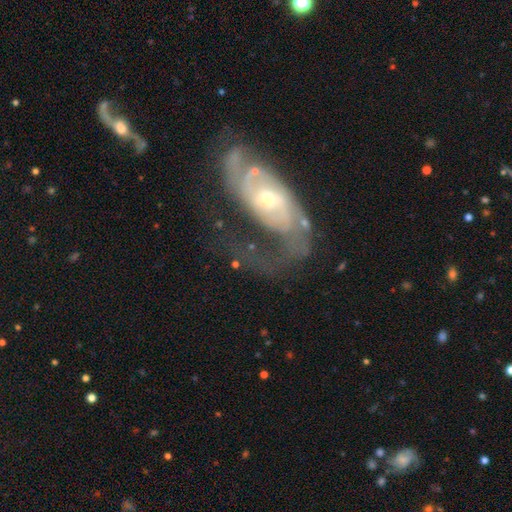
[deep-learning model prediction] Smooth or featured?
  - featured or disk: 85% *
  - smooth: 8%
  - star or artifact: 7%
Edge-on disk?
  - no: 94% *
  - yes: 6%
Bar?
  - no: 59% *
  - weak: 30%
  - strong: 11%
Spiral arms?
  - yes: 93% *
  - no: 7%
Spiral winding?
  - tight: 42% *
  - medium: 40%
  - loose: 18%
Spiral arm count?
  - 2: 57% *
  - can't tell: 20%
  - 3: 8%
  - 1: 8%
  - 4: 4%
  - more than 4: 3%
Bulge size?
  - small: 48% *
  - moderate: 44%
  - large: 5%
  - none: 2%
  - dominant: 1%
Merging?
  - none: 56% *
  - major disturbance: 23%
  - minor disturbance: 18%
  - merger: 3%